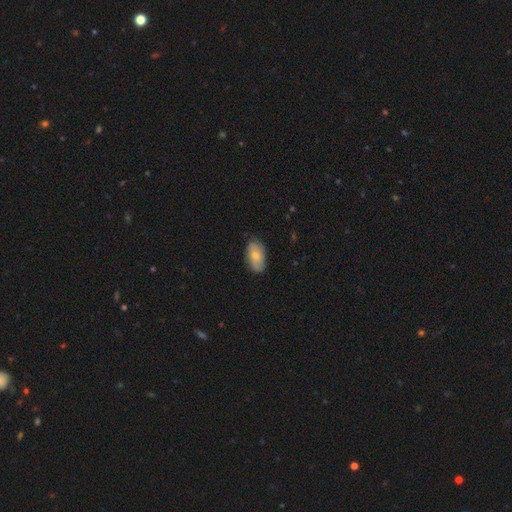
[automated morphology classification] A smooth galaxy with no disk features (69%) that is in between round and cigar-shaped (93%).

Vote fractions:
- Smooth or featured? smooth: 69% / featured or disk: 24% / star or artifact: 6%
- How rounded? in between: 93% / round: 4% / cigar-shaped: 3%
- Merging? none: 78% / minor disturbance: 18% / major disturbance: 3% / merger: 1%